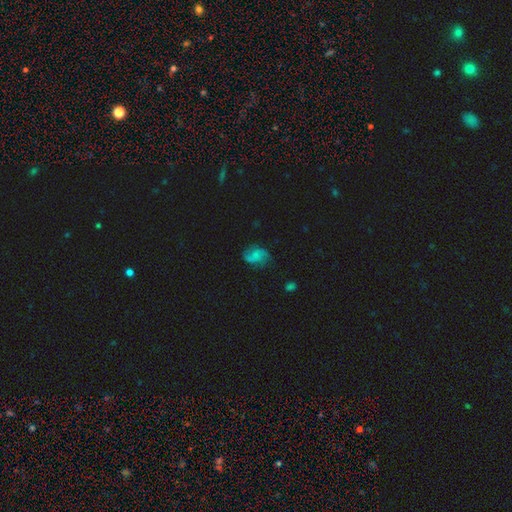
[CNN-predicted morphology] This is likely a featured or disk galaxy (63%). It is clearly not viewed edge-on (98%). Bar: likely no (63%). Spiral arm pattern: clearly yes (92%). Spiral arm count: likely 2 (70%). Spiral winding: marginally medium (43%). Central bulge: possibly none (55%). Merging: likely none (68%).